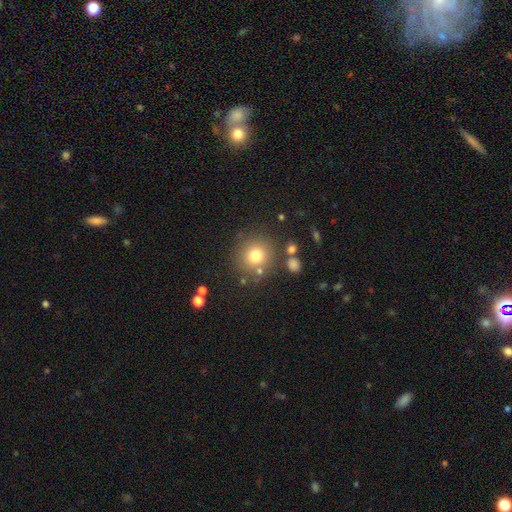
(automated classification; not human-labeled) smooth-or-featured: smooth: 76% | star or artifact: 13% | featured or disk: 10%
  how-rounded: round: 92% | in between: 7% | cigar-shaped: 1%
  merging: none: 80% | minor disturbance: 9% | merger: 6% | major disturbance: 4%